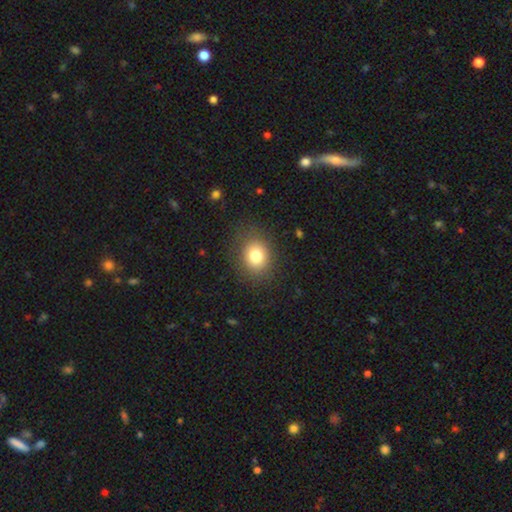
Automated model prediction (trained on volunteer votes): Morphology: type=smooth (80%); roundness=round (59%); merging=none (85%).